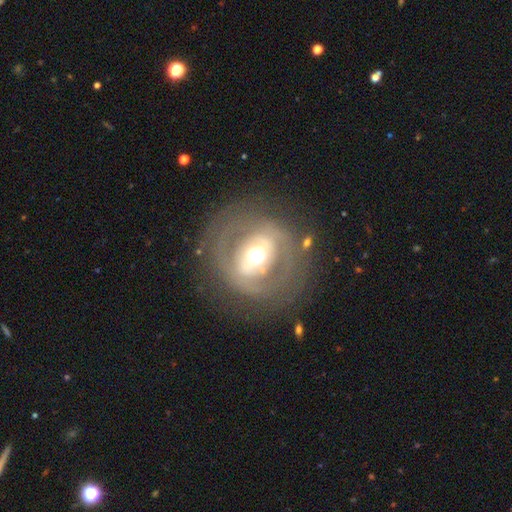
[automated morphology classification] smooth_or_featured: featured or disk (p=0.62) [alt: smooth p=0.28]
disk_edge_on: no (p=0.94) [alt: yes p=0.06]
bar: no (p=0.43) [alt: strong p=0.32]
has_spiral_arms: no (p=0.67) [alt: yes p=0.33]
bulge_size: moderate (p=0.50) [alt: large p=0.34]
merging: none (p=0.73) [alt: major disturbance p=0.12]